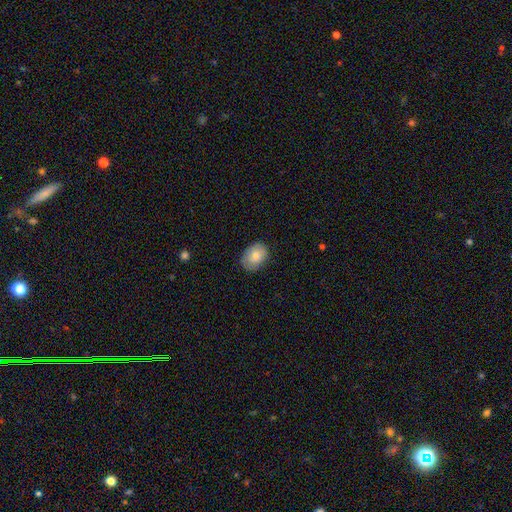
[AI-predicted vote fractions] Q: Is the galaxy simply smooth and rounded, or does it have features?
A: smooth — 82%.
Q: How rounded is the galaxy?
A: in between — 73%.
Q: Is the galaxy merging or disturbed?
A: none — 81%.